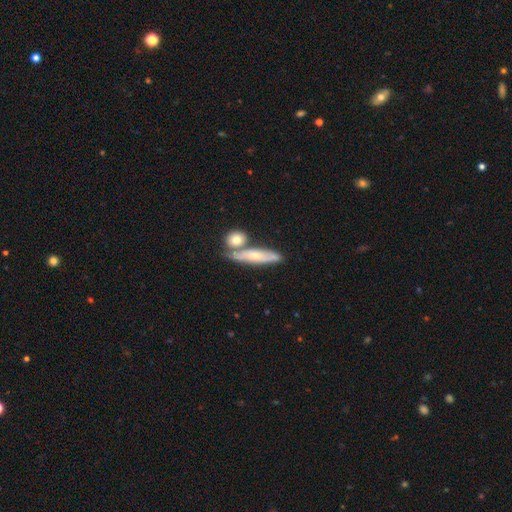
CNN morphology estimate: smooth 51%, featured or disk 43%, star or artifact 7%. Down the decision tree: how rounded — cigar-shaped (69%); merging — none (53%).